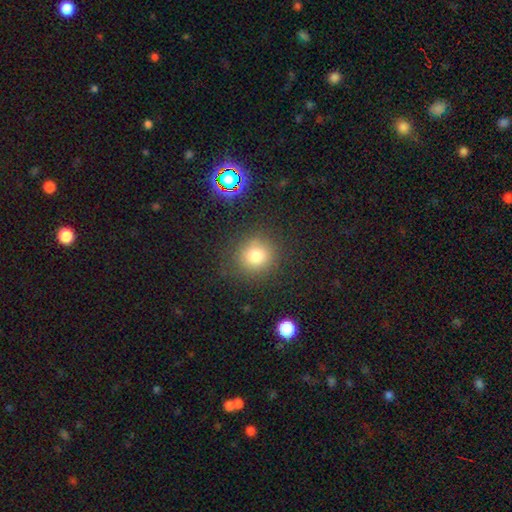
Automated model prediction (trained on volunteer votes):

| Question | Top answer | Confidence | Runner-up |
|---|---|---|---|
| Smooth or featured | smooth | 77% | star or artifact (15%) |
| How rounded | round | 89% | in between (10%) |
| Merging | none | 86% | minor disturbance (9%) |